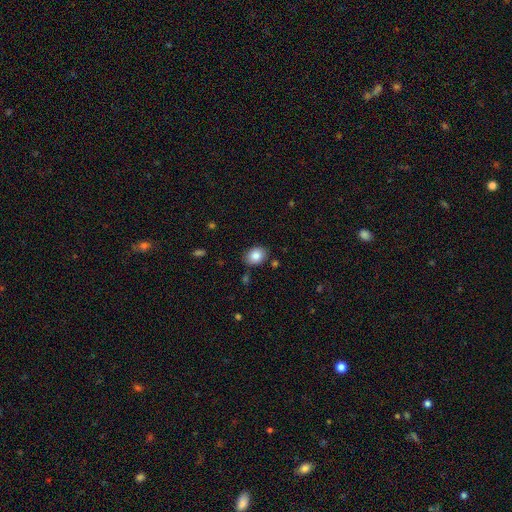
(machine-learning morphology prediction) The model was most divided on "how rounded": in between: 57%, round: 42%, cigar-shaped: 1%. More confident: smooth or featured — smooth (86%); merging — none (83%).